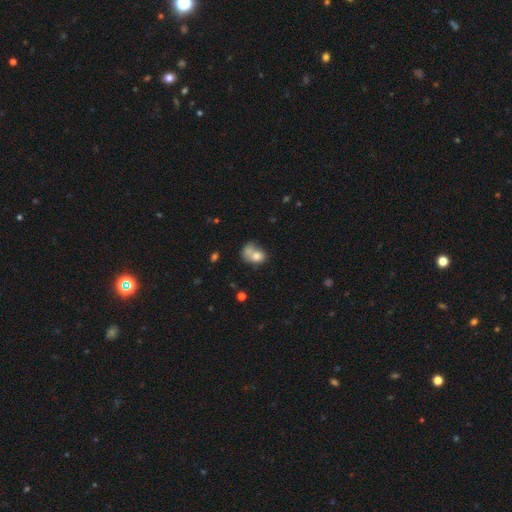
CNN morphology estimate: smooth_or_featured: smooth (p=0.72) [alt: featured or disk p=0.17]
how_rounded: in between (p=0.58) [alt: round p=0.40]
merging: merger (p=0.43) [alt: none p=0.26]